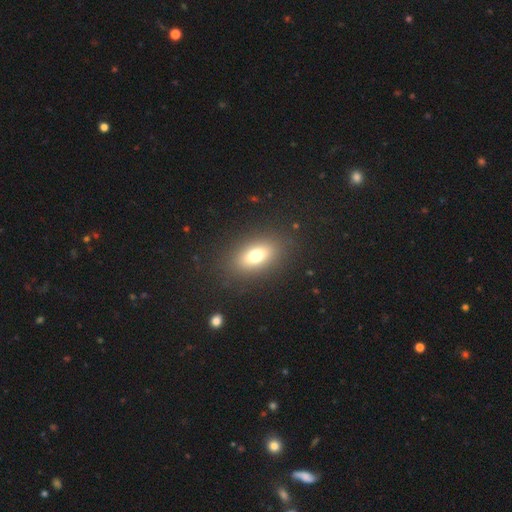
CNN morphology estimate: Q: Smooth or featured?
A: smooth (72%); runner-up: featured or disk (16%)
Q: How rounded?
A: in between (83%); runner-up: round (11%)
Q: Merging?
A: none (86%); runner-up: minor disturbance (9%)